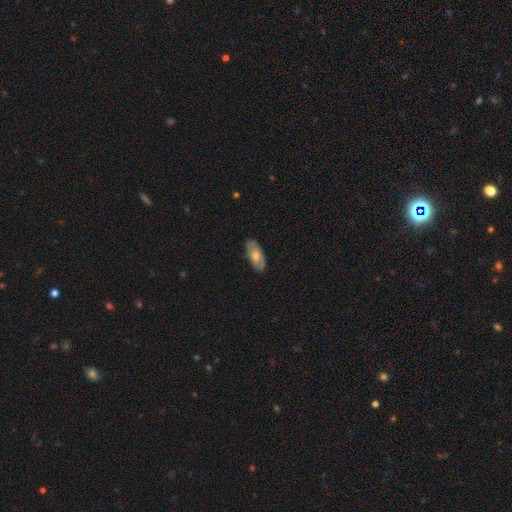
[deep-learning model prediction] Smooth or featured? smooth (54%)
How rounded? in between (86%)
Merging? none (84%)